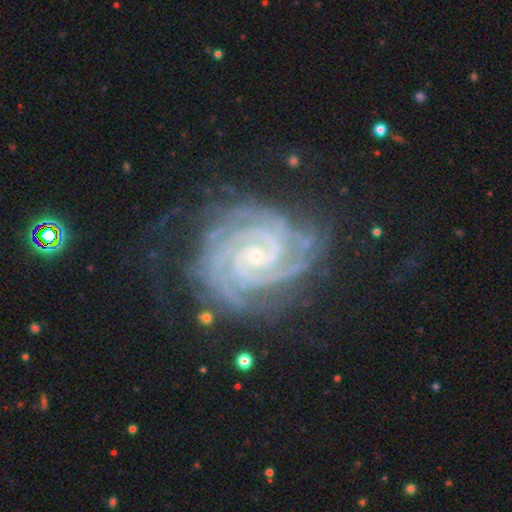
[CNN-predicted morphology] Smooth or featured? featured or disk (92%)
Edge-on disk? no (98%)
Bar? no (58%)
Spiral arms? yes (99%)
Spiral winding? tight (84%)
Spiral arm count? 2 (43%)
Bulge size? small (79%)
Merging? none (71%)